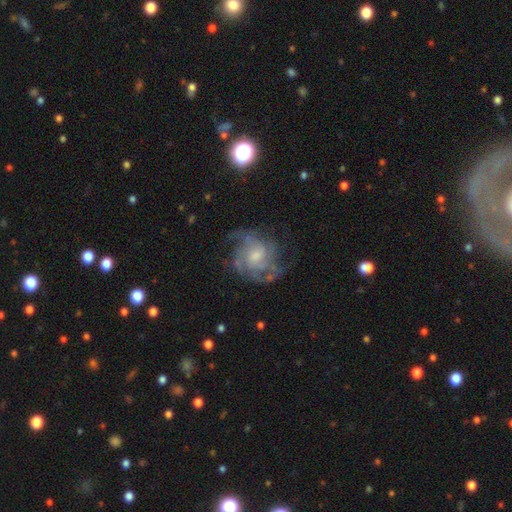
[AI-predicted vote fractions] A featured or disk galaxy (78%) with no bar (62%), medium (44%) spiral arms (86%) and a moderate central bulge (45%). Merging: none (59%).